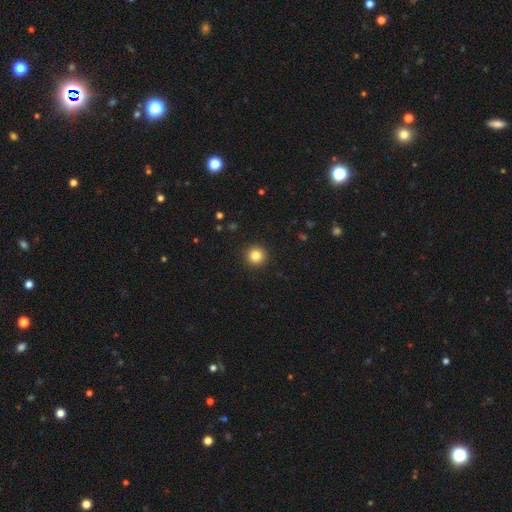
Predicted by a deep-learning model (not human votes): Smooth or featured?
  - smooth: 83% *
  - star or artifact: 11%
  - featured or disk: 5%
How rounded?
  - round: 96% *
  - in between: 3%
  - cigar-shaped: 1%
Merging?
  - none: 93% *
  - minor disturbance: 4%
  - major disturbance: 2%
  - merger: 1%